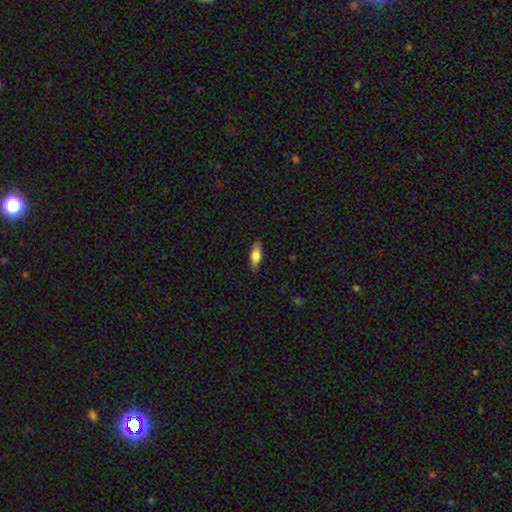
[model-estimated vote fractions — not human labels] Q: Smooth or featured?
A: smooth (74%); runner-up: featured or disk (19%)
Q: How rounded?
A: in between (67%); runner-up: cigar-shaped (31%)
Q: Merging?
A: none (84%); runner-up: minor disturbance (12%)